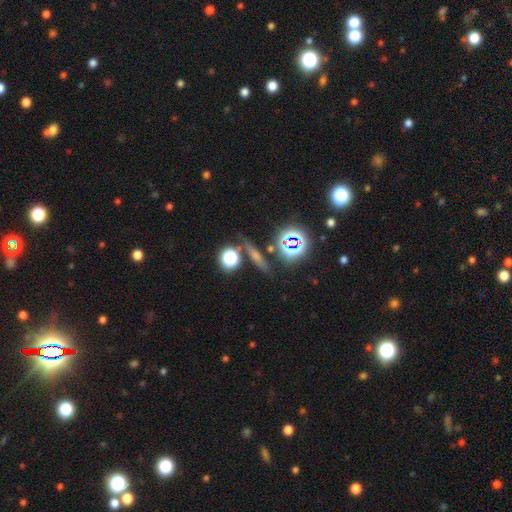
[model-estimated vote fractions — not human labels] This is possibly a star or artifact rather than a galaxy (47%).